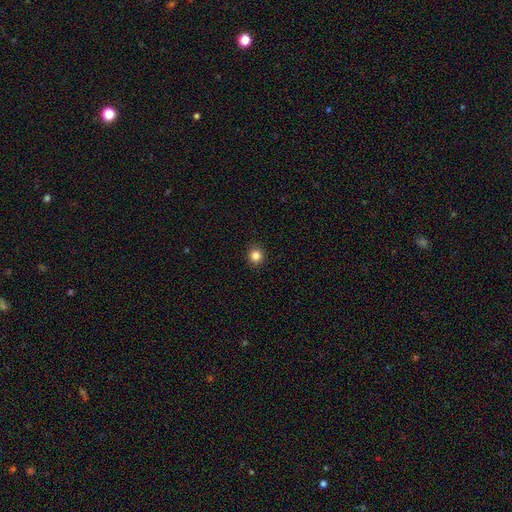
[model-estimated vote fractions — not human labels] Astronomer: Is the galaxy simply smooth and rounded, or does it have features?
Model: smooth — 84%.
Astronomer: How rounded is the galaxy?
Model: round — 91%.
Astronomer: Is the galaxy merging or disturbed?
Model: none — 92%.